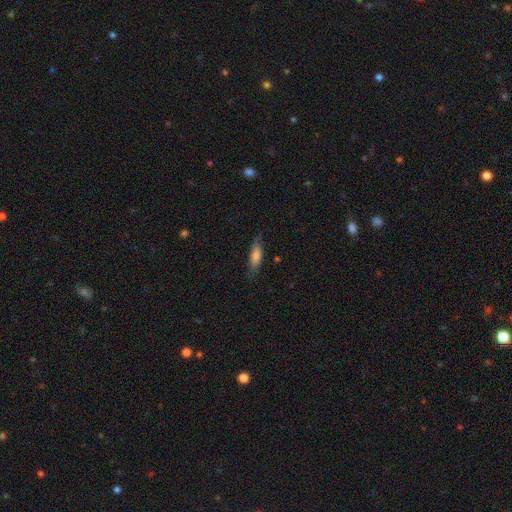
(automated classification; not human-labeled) A smooth galaxy with no disk features (68%) that is cigar-shaped (56%).

Vote fractions:
- Smooth or featured? smooth: 68% / featured or disk: 24% / star or artifact: 8%
- How rounded? cigar-shaped: 56% / in between: 41% / round: 2%
- Merging? none: 76% / minor disturbance: 18% / major disturbance: 4% / merger: 1%